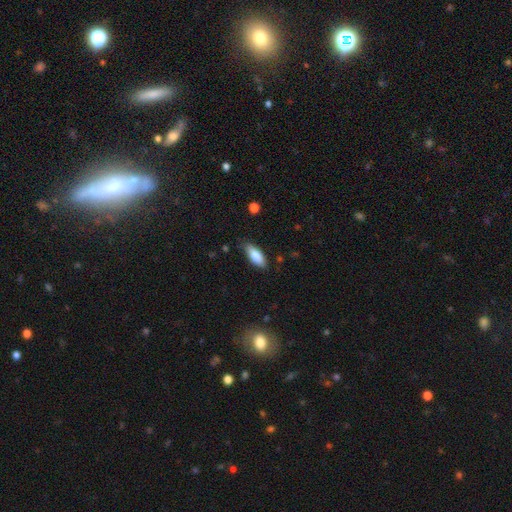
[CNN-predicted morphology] This is clearly a smooth galaxy (82%). How rounded: likely in between (77%). Merging: clearly none (82%).